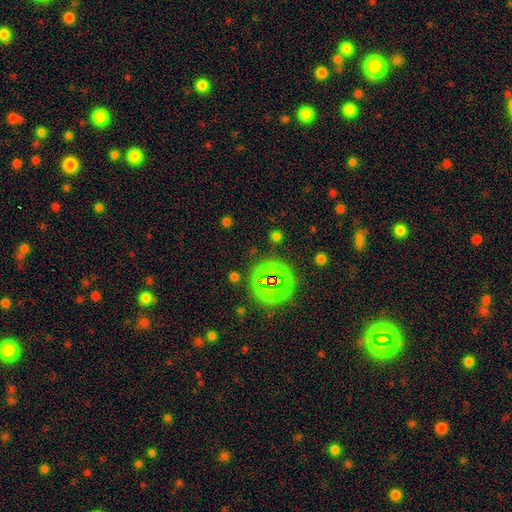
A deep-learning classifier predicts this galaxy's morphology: A star or artifact, not a galaxy (68%).

Vote fractions:
- Smooth or featured? star or artifact: 68% / smooth: 22% / featured or disk: 10%